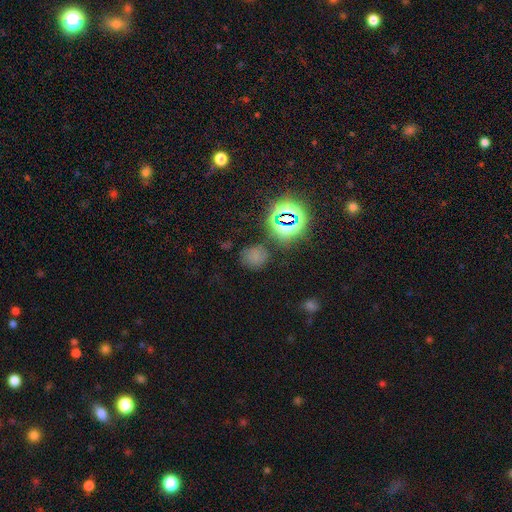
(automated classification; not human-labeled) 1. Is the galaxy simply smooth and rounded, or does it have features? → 57% smooth, 35% star or artifact, 8% featured or disk.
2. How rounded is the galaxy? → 77% round, 22% in between, 1% cigar-shaped.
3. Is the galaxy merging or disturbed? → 72% none, 16% minor disturbance, 6% major disturbance, 6% merger.